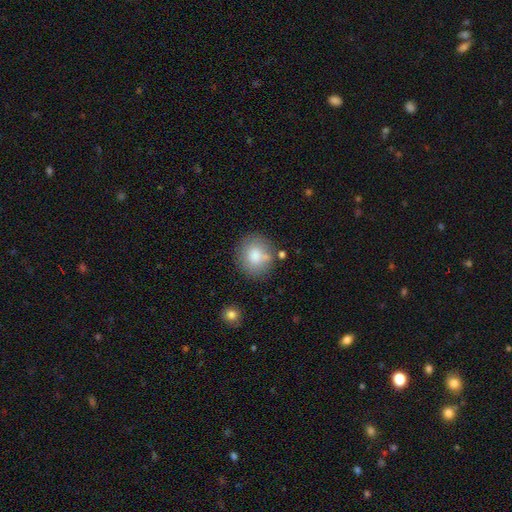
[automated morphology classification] Smooth or featured? smooth (82%)
How rounded? round (81%)
Merging? none (72%)